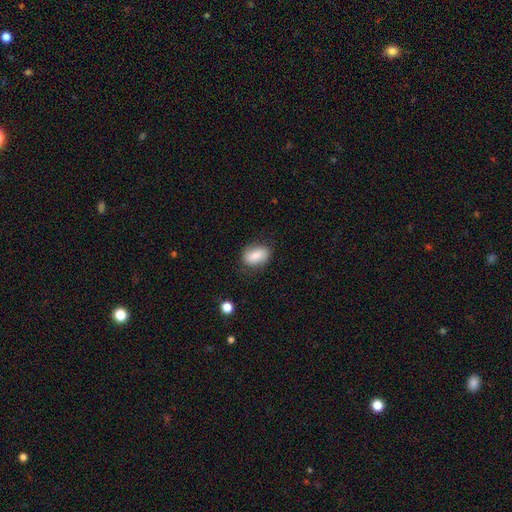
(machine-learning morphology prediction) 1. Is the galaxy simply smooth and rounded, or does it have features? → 80% smooth, 13% featured or disk, 7% star or artifact.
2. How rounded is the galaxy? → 85% in between, 12% round, 3% cigar-shaped.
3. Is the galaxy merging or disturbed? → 75% none, 18% minor disturbance, 5% major disturbance, 2% merger.